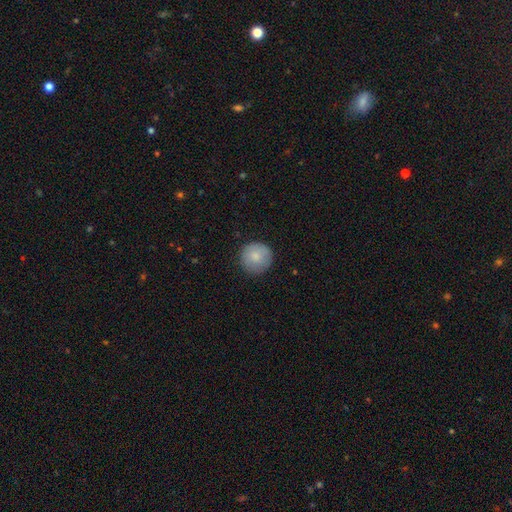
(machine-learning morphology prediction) Q: Smooth or featured?
A: smooth (83%); runner-up: featured or disk (10%)
Q: How rounded?
A: round (95%); runner-up: in between (4%)
Q: Merging?
A: none (88%); runner-up: minor disturbance (9%)